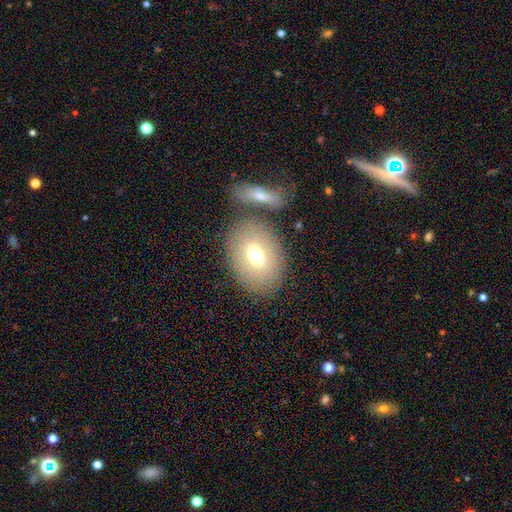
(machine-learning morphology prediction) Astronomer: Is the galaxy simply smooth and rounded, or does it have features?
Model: smooth — 65%.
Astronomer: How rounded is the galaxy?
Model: in between — 79%.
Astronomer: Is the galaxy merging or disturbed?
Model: none — 71%.